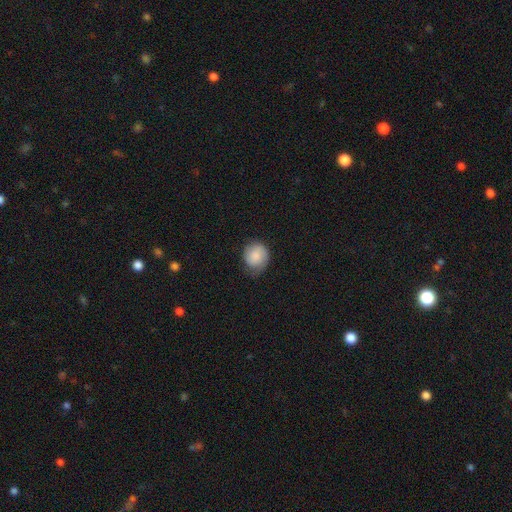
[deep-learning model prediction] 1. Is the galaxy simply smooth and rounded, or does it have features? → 78% smooth, 15% featured or disk, 7% star or artifact.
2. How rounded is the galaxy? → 75% round, 24% in between, 1% cigar-shaped.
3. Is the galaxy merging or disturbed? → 60% none, 30% minor disturbance, 8% major disturbance, 1% merger.